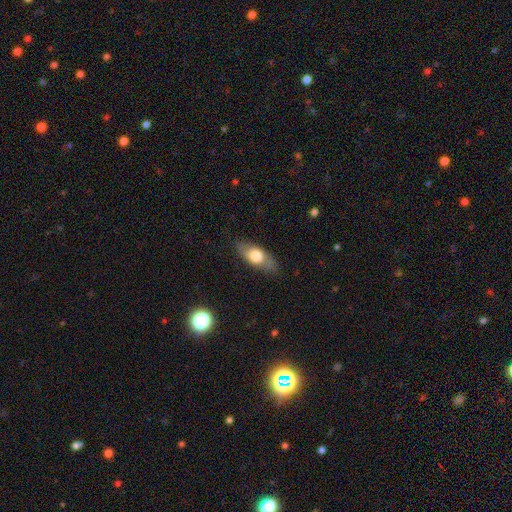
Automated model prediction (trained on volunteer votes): The model was most divided on "smooth or featured": smooth: 62%, featured or disk: 31%, star or artifact: 6%. More confident: merging — none (81%); how rounded — in between (77%).